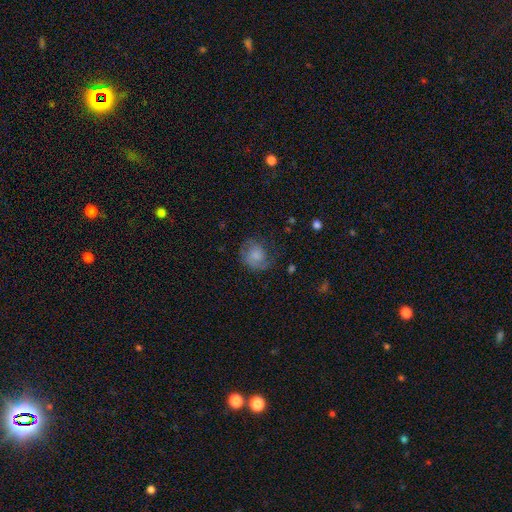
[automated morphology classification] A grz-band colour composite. It shows a smooth galaxy with no disk features (53%) that is round (71%). Merging: none (55%).